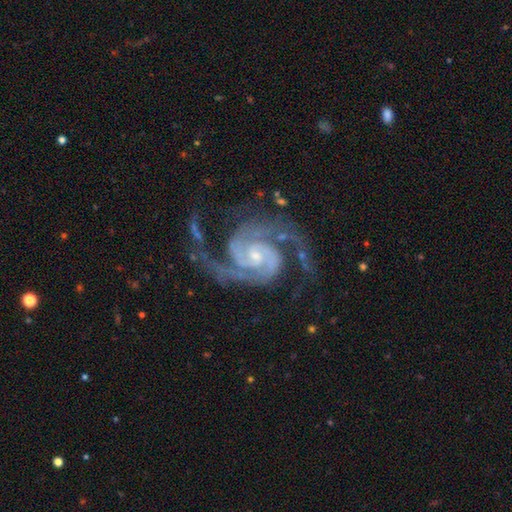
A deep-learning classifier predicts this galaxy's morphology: Smooth or featured? featured or disk (94%)
Edge-on disk? no (98%)
Bar? no (54%)
Spiral arms? yes (99%)
Spiral winding? medium (49%)
Spiral arm count? 2 (81%)
Bulge size? small (68%)
Merging? none (68%)